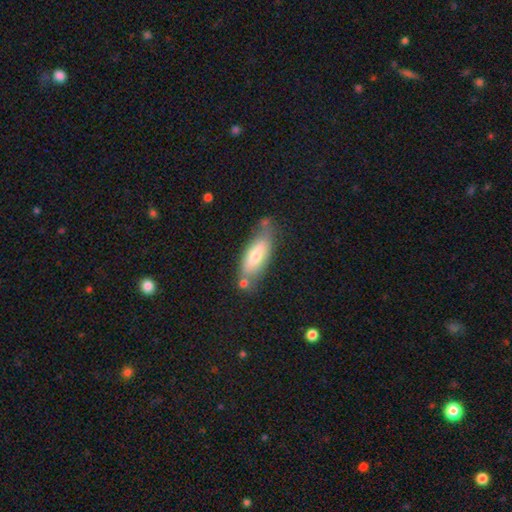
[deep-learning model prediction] This appears to be a smooth galaxy with no disk features (69%) that is in between round and cigar-shaped (67%). Merging: none (61%).